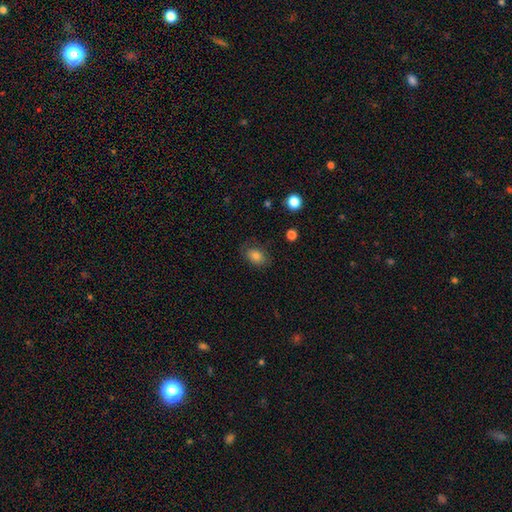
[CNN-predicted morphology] Smooth or featured?
  - smooth: 82% *
  - star or artifact: 9%
  - featured or disk: 8%
How rounded?
  - in between: 77% *
  - round: 22%
  - cigar-shaped: 1%
Merging?
  - none: 76% *
  - minor disturbance: 17%
  - major disturbance: 6%
  - merger: 1%